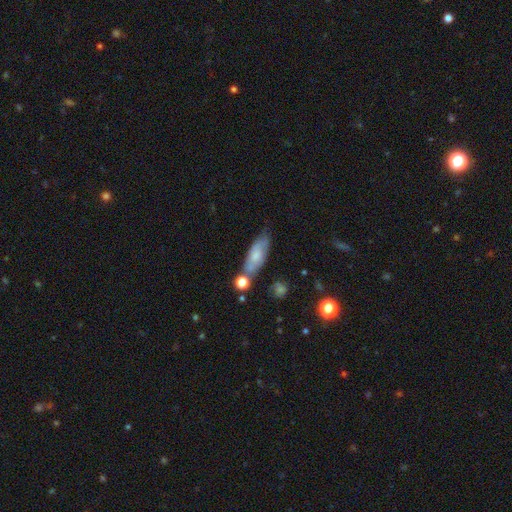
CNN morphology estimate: Smooth or featured: smooth — 63% (featured or disk — 29%)
How rounded: in between — 64% (cigar-shaped — 32%)
Merging: none — 58% (minor disturbance — 22%)